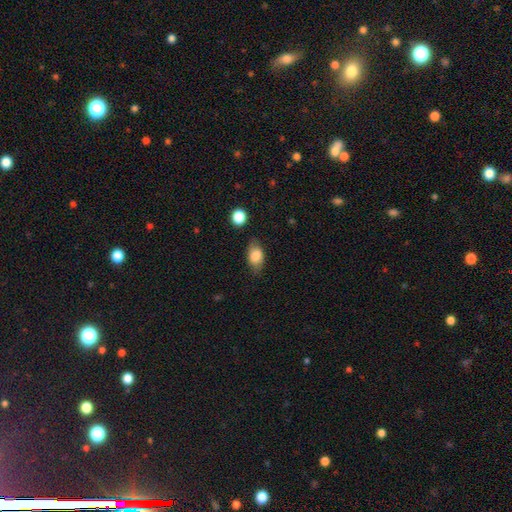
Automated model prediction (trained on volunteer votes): Smooth or featured? smooth (80%)
How rounded? in between (87%)
Merging? none (74%)